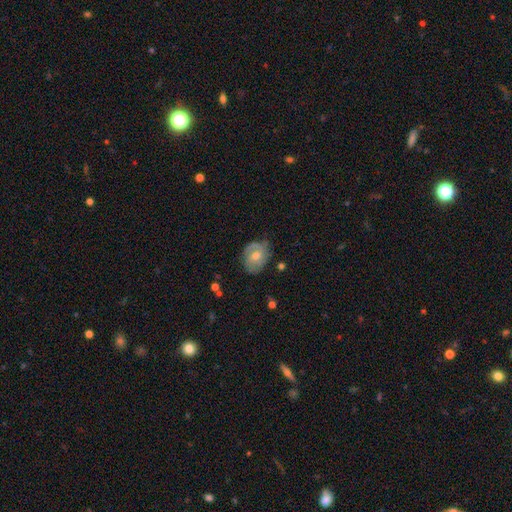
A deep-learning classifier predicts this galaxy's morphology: A featured or disk galaxy (63%) with no bar (58%), spiral arms (80%) and a moderate central bulge (67%).

Vote fractions:
- Smooth or featured? featured or disk: 63% / smooth: 28% / star or artifact: 9%
- Edge-on disk? no: 96% / yes: 4%
- Bar? no: 58% / weak: 35% / strong: 7%
- Spiral arms? yes: 80% / no: 20%
- Bulge size? moderate: 67% / small: 25% / large: 5% / none: 2% / dominant: 1%
- Merging? none: 70% / minor disturbance: 21% / major disturbance: 7% / merger: 2%